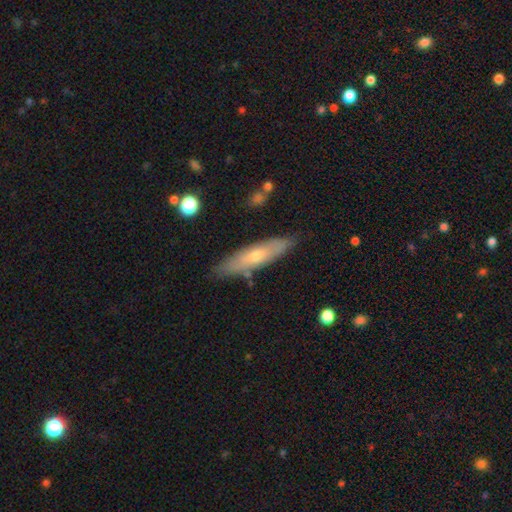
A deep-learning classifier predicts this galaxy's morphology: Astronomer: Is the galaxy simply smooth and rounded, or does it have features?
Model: smooth — 54% (runner-up: featured or disk, 40%).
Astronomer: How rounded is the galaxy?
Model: cigar-shaped — 73%.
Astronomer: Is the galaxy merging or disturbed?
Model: none — 83%.